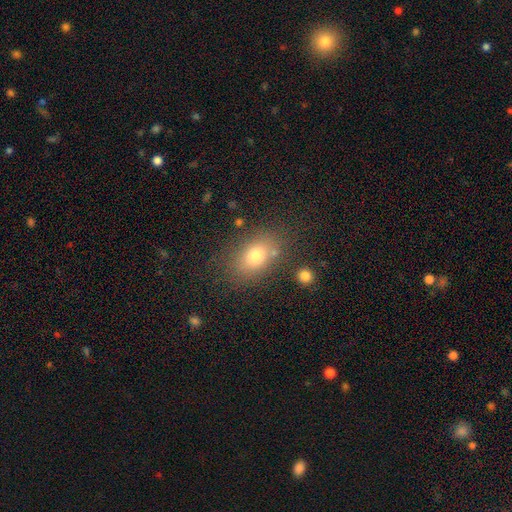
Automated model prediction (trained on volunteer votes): smooth_or_featured: smooth (p=0.75) [alt: featured or disk p=0.14]
how_rounded: in between (p=0.78) [alt: round p=0.20]
merging: none (p=0.75) [alt: minor disturbance p=0.14]